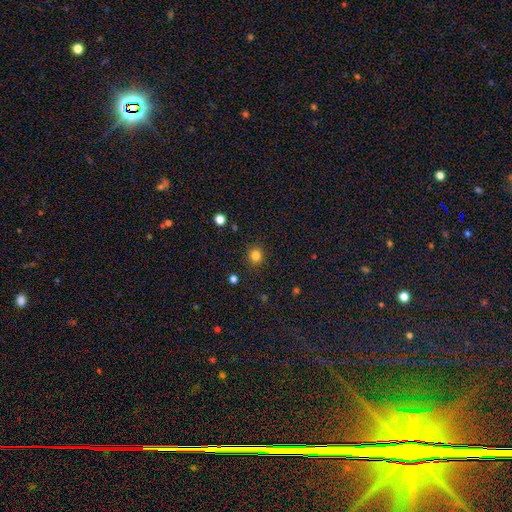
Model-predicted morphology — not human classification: Smooth or featured? Predicted: smooth (p=0.82). How rounded? Predicted: round (p=0.88). Merging? Predicted: none (p=0.89).